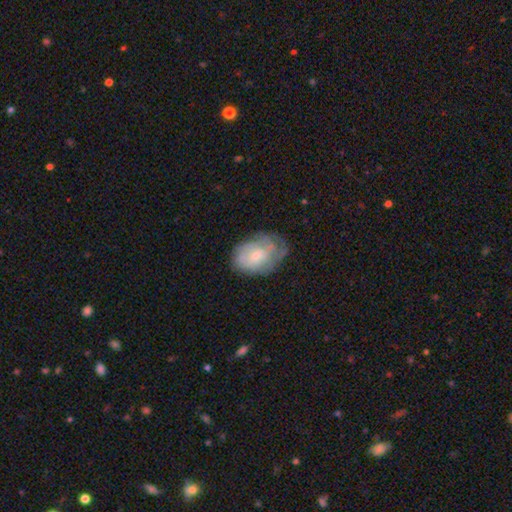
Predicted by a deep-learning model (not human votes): Q: Smooth or featured?
A: featured or disk (47%); runner-up: smooth (46%)
Q: Merging?
A: none (52%); runner-up: minor disturbance (31%)